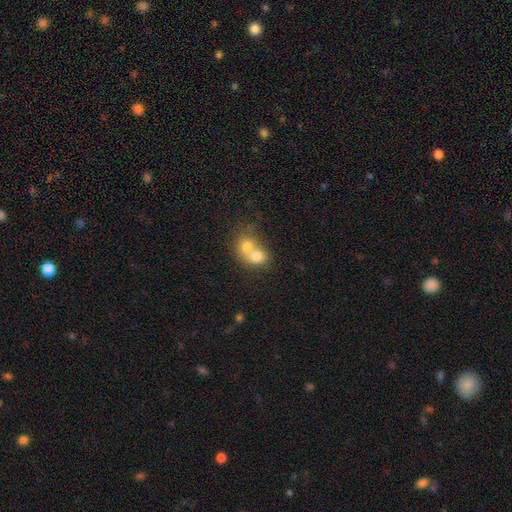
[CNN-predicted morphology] This is likely a smooth galaxy (72%). How rounded: likely round (66%). Merging: likely merger (75%).